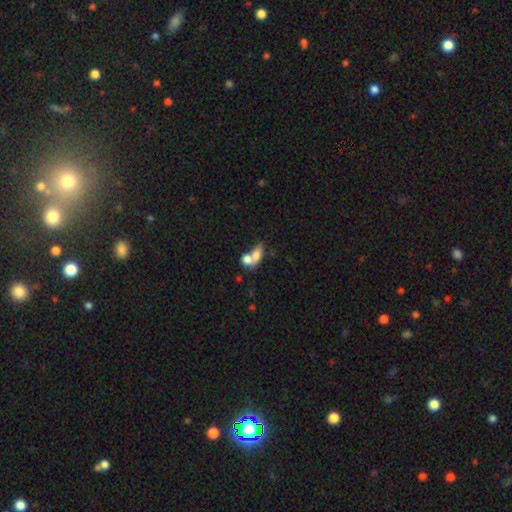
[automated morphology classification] smooth 74%, featured or disk 17%, star or artifact 9%. Down the decision tree: how rounded — in between (71%); merging — merger (62%).